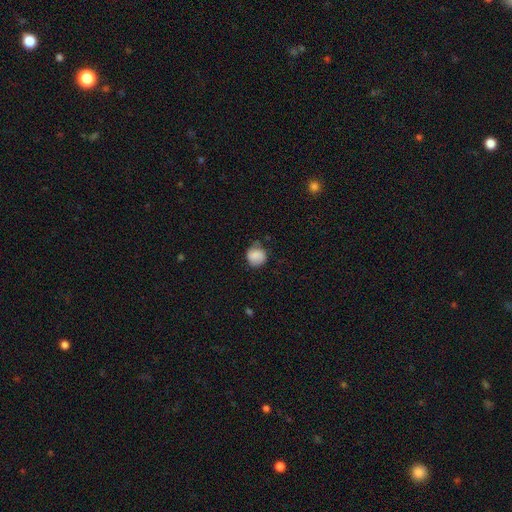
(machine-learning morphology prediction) Overall: smooth (78%). How rounded: round (85%). Merging: none (67%).